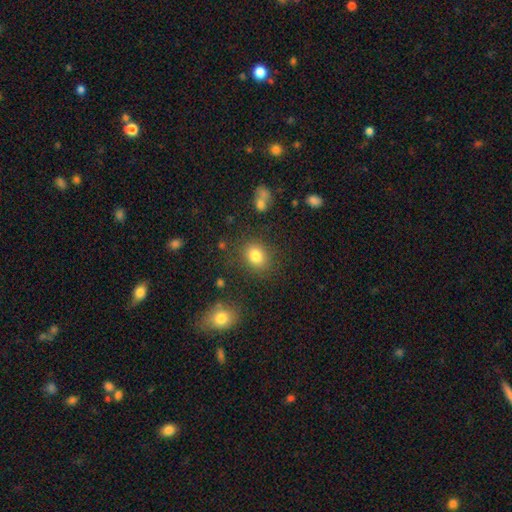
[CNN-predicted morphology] smooth-or-featured: smooth: 81% | star or artifact: 11% | featured or disk: 7%
  how-rounded: round: 53% | in between: 46% | cigar-shaped: 1%
  merging: none: 82% | minor disturbance: 11% | major disturbance: 4% | merger: 3%